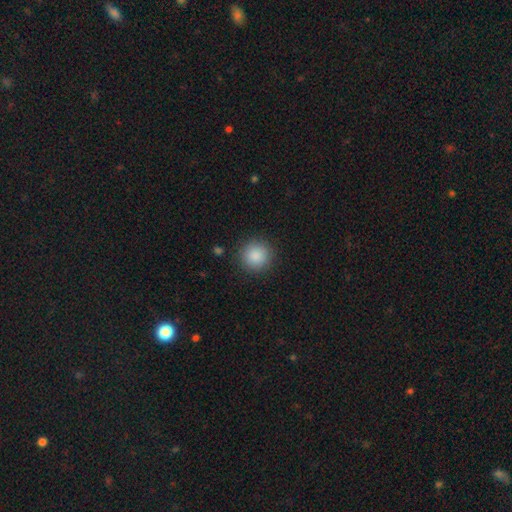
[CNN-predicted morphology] The model was most divided on "smooth or featured": smooth: 88%, star or artifact: 8%, featured or disk: 4%. More confident: how rounded — round (94%); merging — none (90%).